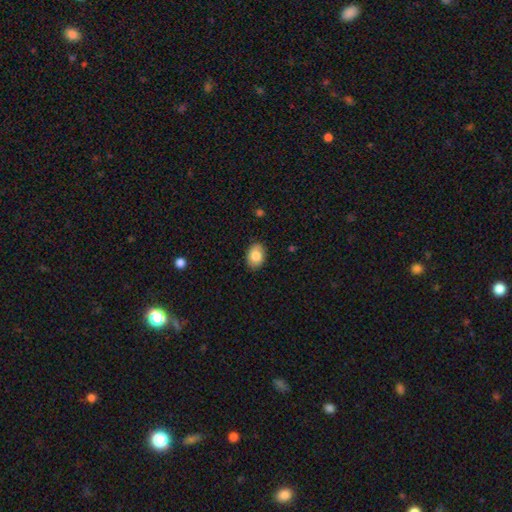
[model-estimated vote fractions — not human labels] The model was most divided on "how rounded": in between: 75%, round: 24%, cigar-shaped: 1%. More confident: merging — none (87%); smooth or featured — smooth (83%).